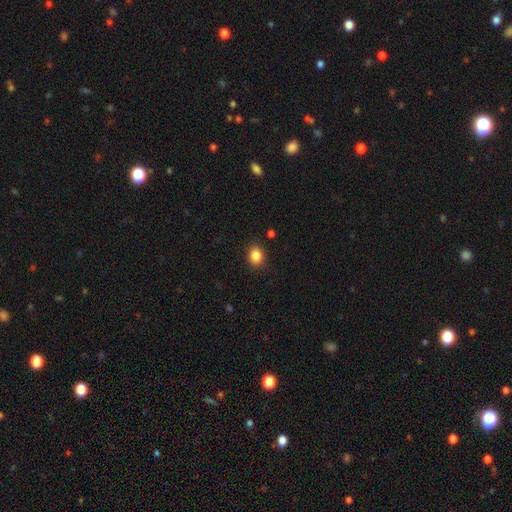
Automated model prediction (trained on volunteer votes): smooth_or_featured: smooth (p=0.86) [alt: star or artifact p=0.10]
how_rounded: round (p=0.58) [alt: in between p=0.41]
merging: none (p=0.88) [alt: minor disturbance p=0.08]